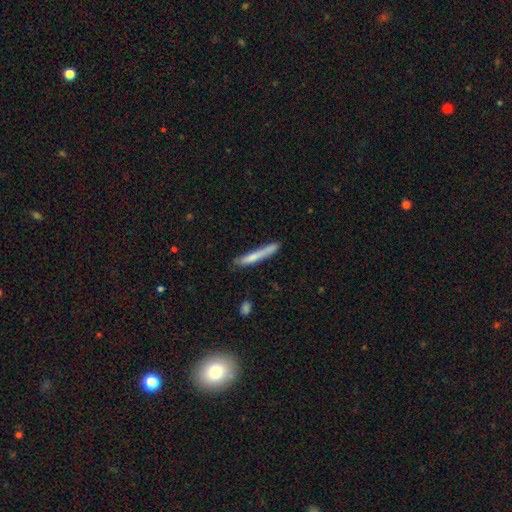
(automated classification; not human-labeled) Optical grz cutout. It shows a smooth galaxy with no disk features (68%) that is cigar-shaped (95%). Merging: none (71%).